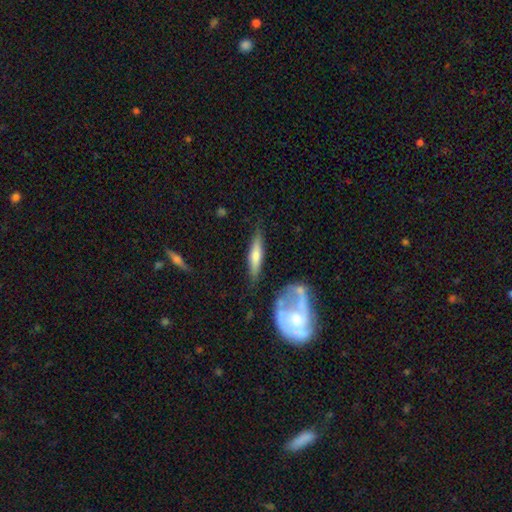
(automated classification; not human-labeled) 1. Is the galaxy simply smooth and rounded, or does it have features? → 57% smooth, 37% featured or disk, 6% star or artifact.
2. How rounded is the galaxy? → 77% cigar-shaped, 20% in between, 2% round.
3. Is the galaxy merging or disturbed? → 78% none, 13% minor disturbance, 5% merger, 4% major disturbance.